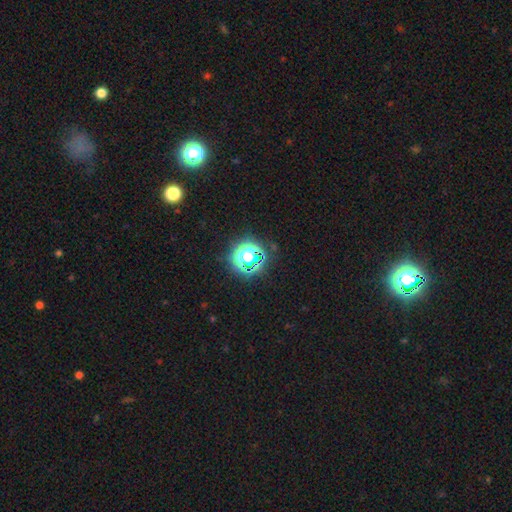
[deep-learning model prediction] Smooth or featured?
  - star or artifact: 75% *
  - smooth: 19%
  - featured or disk: 7%